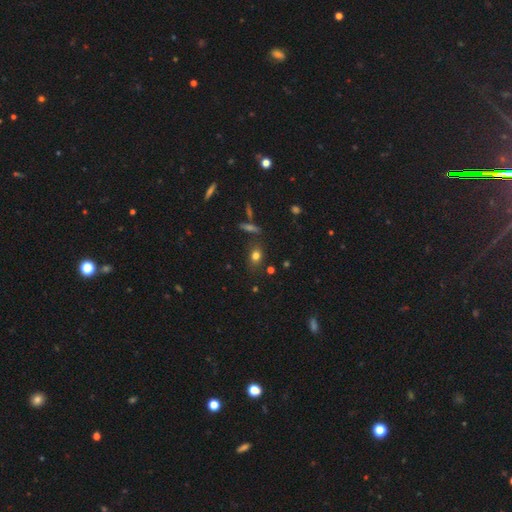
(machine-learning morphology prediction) Smooth or featured: smooth — 77% (star or artifact — 14%)
How rounded: in between — 58% (round — 39%)
Merging: none — 78% (minor disturbance — 13%)